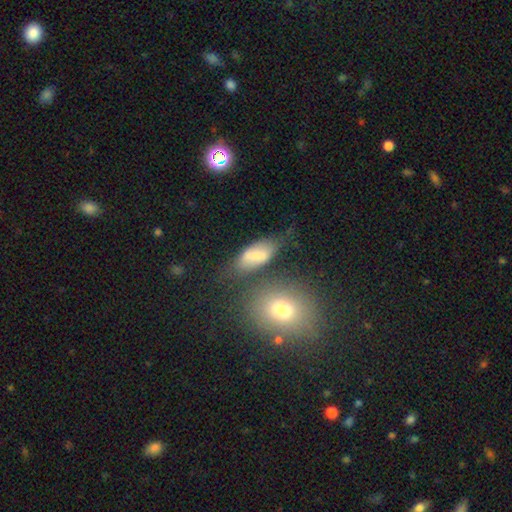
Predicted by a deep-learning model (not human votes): This appears to be a smooth galaxy with no disk features (69%) that is in between round and cigar-shaped (83%). Merging: none (54%).